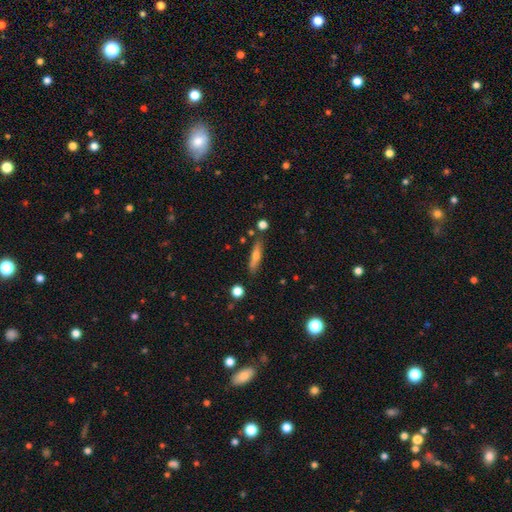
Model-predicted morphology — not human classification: type=smooth (56%); roundness=cigar-shaped (81%); merging=none (81%).